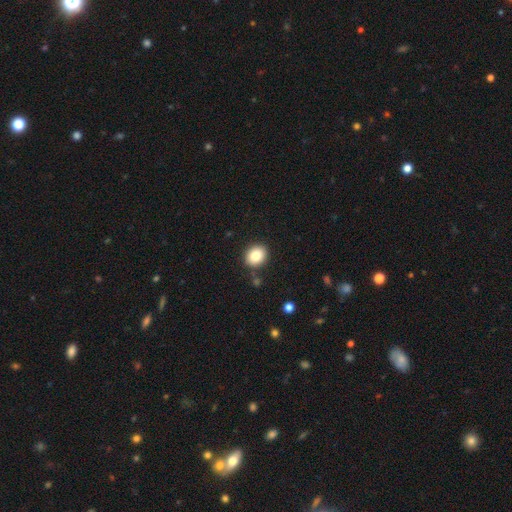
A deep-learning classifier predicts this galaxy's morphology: Q: Smooth or featured?
A: smooth (85%); runner-up: star or artifact (9%)
Q: How rounded?
A: round (56%); runner-up: in between (43%)
Q: Merging?
A: none (86%); runner-up: minor disturbance (8%)